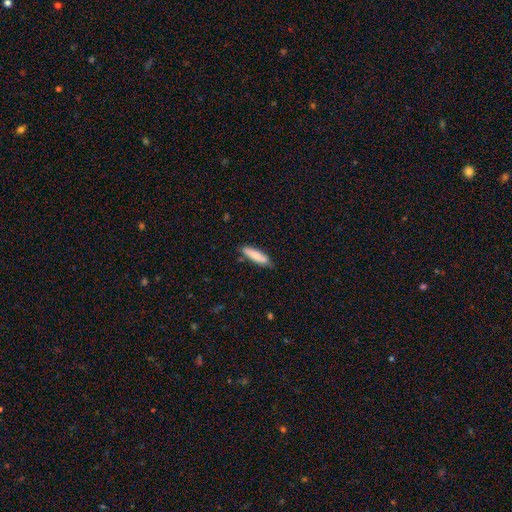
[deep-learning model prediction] smooth 83%, featured or disk 11%, star or artifact 6%. Down the decision tree: how rounded — cigar-shaped (63%); merging — none (81%).